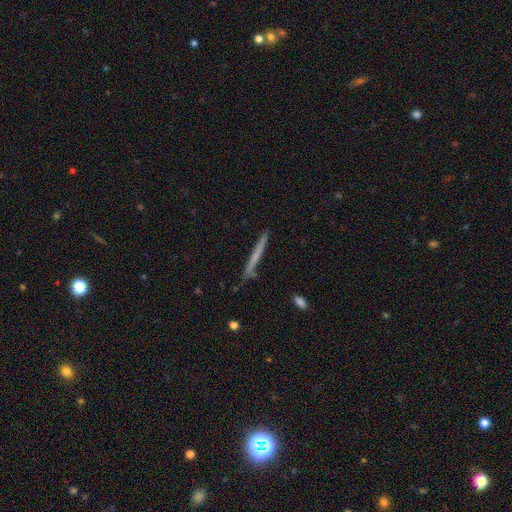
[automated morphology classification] Overall: smooth (56%; featured or disk 38%). How rounded: cigar-shaped (97%). Merging: none (88%).